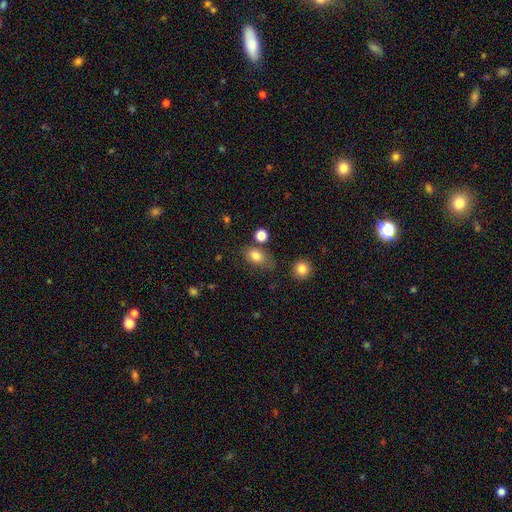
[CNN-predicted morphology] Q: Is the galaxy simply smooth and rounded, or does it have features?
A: smooth — 81%.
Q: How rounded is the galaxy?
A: in between — 76%.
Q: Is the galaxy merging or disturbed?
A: none — 64%.